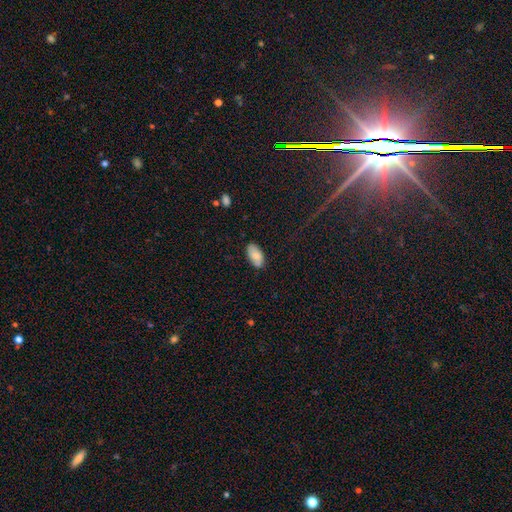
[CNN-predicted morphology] smooth 79%, featured or disk 14%, star or artifact 7%. Down the decision tree: how rounded — in between (94%); merging — none (82%).